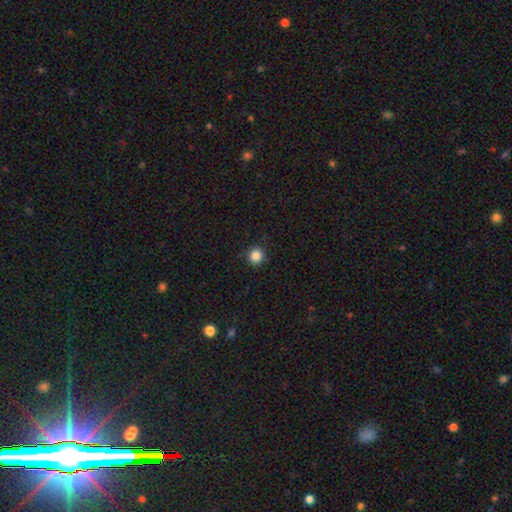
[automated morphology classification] Smooth or featured?
  - smooth: 85% *
  - star or artifact: 11%
  - featured or disk: 4%
How rounded?
  - round: 93% *
  - in between: 6%
  - cigar-shaped: 1%
Merging?
  - none: 91% *
  - minor disturbance: 6%
  - major disturbance: 2%
  - merger: 1%